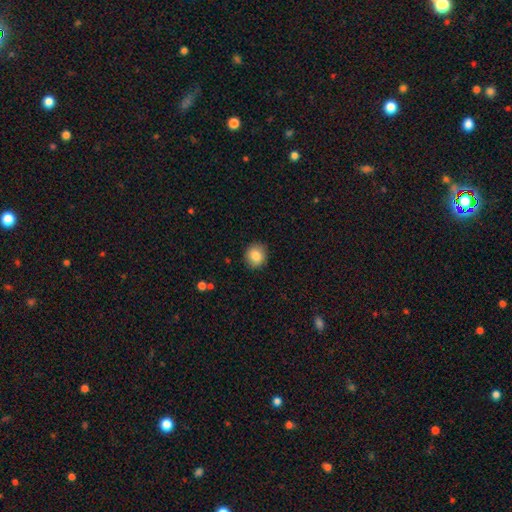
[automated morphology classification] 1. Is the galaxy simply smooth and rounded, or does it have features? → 85% smooth, 9% star or artifact, 6% featured or disk.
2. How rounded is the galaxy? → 81% round, 18% in between, 1% cigar-shaped.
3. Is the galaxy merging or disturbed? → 89% none, 8% minor disturbance, 2% major disturbance, 1% merger.